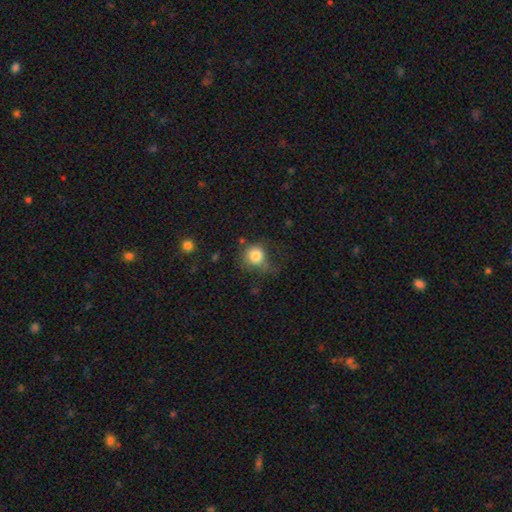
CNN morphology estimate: Q: Smooth or featured?
A: smooth (81%); runner-up: star or artifact (11%)
Q: How rounded?
A: round (85%); runner-up: in between (14%)
Q: Merging?
A: none (53%); runner-up: minor disturbance (27%)